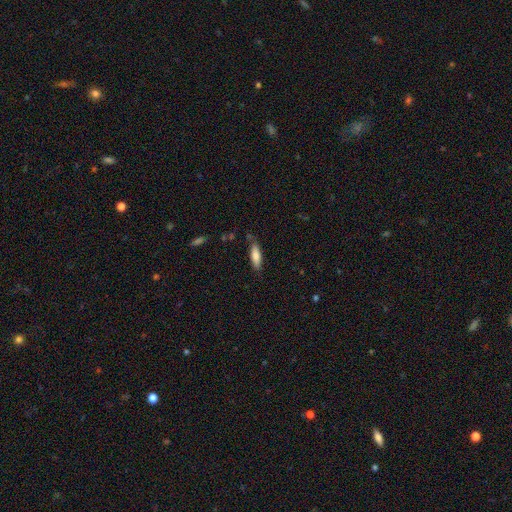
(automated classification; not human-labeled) Smooth or featured?
  - smooth: 78% *
  - featured or disk: 16%
  - star or artifact: 6%
How rounded?
  - cigar-shaped: 55% *
  - in between: 44%
  - round: 2%
Merging?
  - none: 78% *
  - minor disturbance: 16%
  - major disturbance: 3%
  - merger: 2%